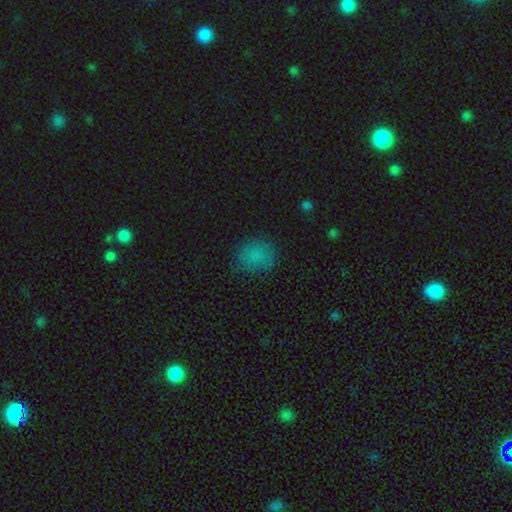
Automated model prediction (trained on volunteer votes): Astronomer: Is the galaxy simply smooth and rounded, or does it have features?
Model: smooth — 81%.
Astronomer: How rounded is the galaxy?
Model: round — 64%.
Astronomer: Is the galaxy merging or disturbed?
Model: none — 71%.